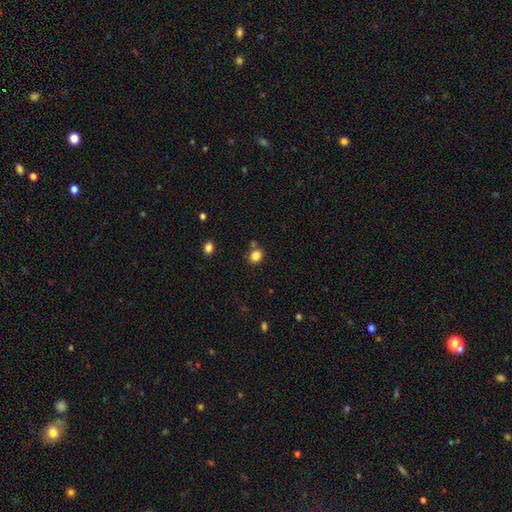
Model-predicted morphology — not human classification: A smooth galaxy with no disk features (84%) that is round (59%).

Vote fractions:
- Smooth or featured? smooth: 84% / star or artifact: 11% / featured or disk: 5%
- How rounded? round: 59% / in between: 40% / cigar-shaped: 1%
- Merging? none: 73% / minor disturbance: 13% / merger: 10% / major disturbance: 4%